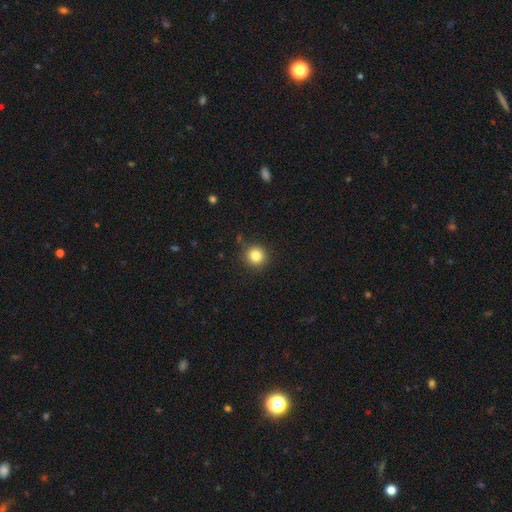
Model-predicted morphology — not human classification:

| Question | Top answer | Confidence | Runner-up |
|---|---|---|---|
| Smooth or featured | smooth | 83% | star or artifact (11%) |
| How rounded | round | 93% | in between (6%) |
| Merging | none | 89% | minor disturbance (7%) |